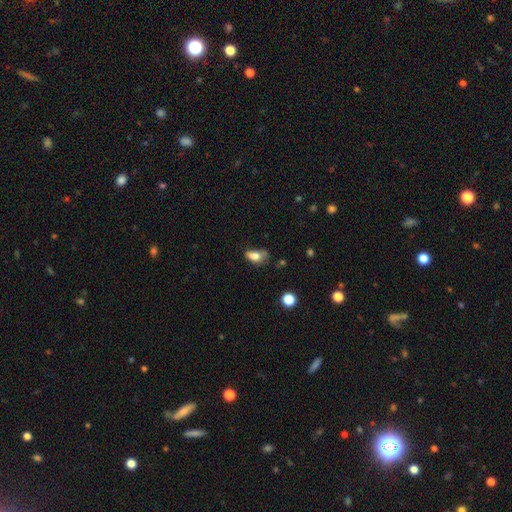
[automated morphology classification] smooth 78%, featured or disk 12%, star or artifact 10%. Down the decision tree: how rounded — in between (86%); merging — minor disturbance (38%).